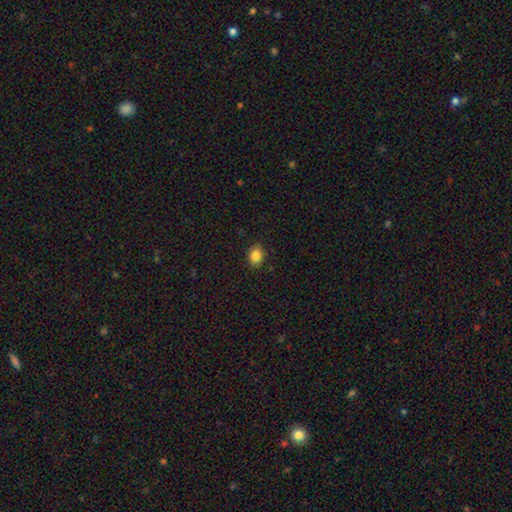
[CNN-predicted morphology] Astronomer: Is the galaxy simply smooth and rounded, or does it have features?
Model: smooth — 85%.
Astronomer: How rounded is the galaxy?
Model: round — 58% (runner-up: in between, 41%).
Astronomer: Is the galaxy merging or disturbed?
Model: none — 85%.